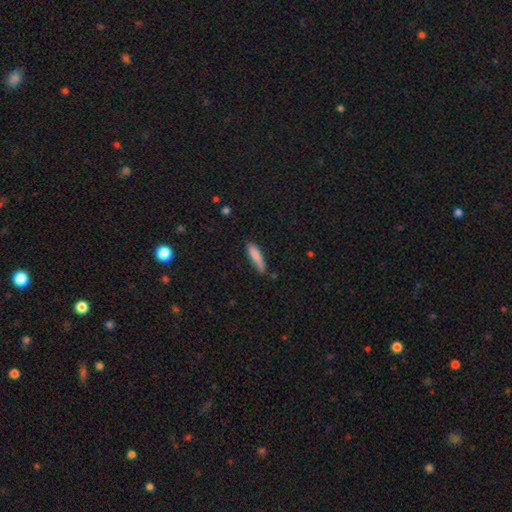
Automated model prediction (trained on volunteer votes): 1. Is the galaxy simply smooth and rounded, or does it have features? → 84% smooth, 10% featured or disk, 6% star or artifact.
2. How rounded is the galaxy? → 80% cigar-shaped, 19% in between, 1% round.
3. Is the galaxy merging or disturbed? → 73% none, 21% minor disturbance, 4% major disturbance, 2% merger.